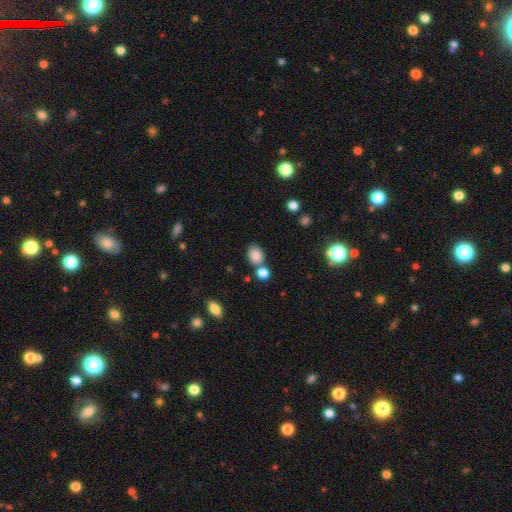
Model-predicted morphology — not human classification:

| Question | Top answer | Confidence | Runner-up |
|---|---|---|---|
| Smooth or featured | smooth | 85% | star or artifact (10%) |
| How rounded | in between | 60% | round (38%) |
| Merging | none | 63% | merger (20%) |